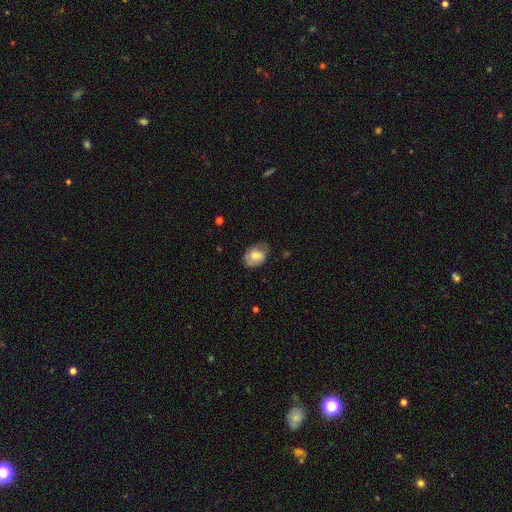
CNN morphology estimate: Smooth or featured?
  - smooth: 67% *
  - featured or disk: 26%
  - star or artifact: 8%
How rounded?
  - in between: 71% *
  - round: 28%
  - cigar-shaped: 1%
Merging?
  - none: 61% *
  - minor disturbance: 29%
  - major disturbance: 9%
  - merger: 1%